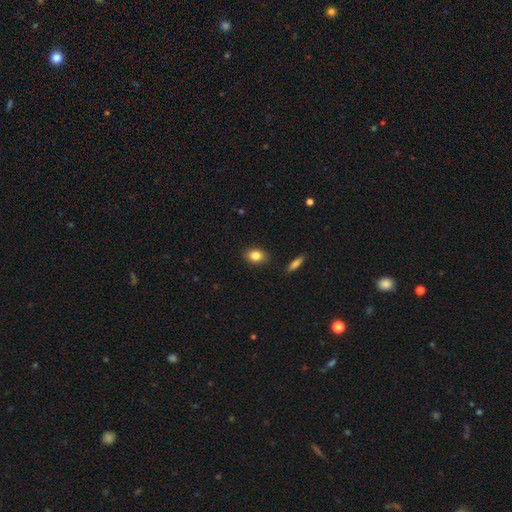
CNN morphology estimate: smooth 84%, star or artifact 8%, featured or disk 7%. Down the decision tree: how rounded — in between (76%); merging — none (87%).